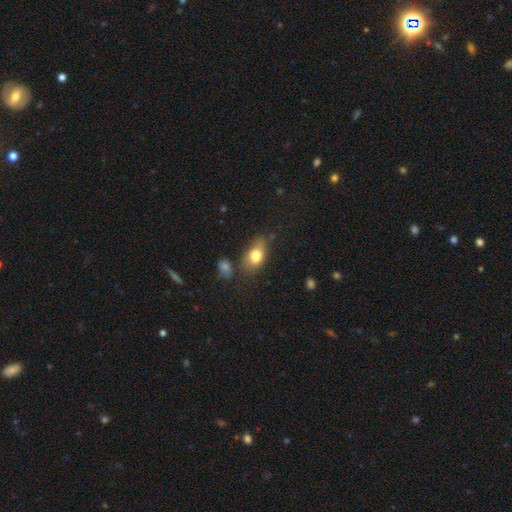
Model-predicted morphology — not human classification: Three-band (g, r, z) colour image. It shows a smooth galaxy with no disk features (77%) that is in between round and cigar-shaped (84%). Merging: none (53%).